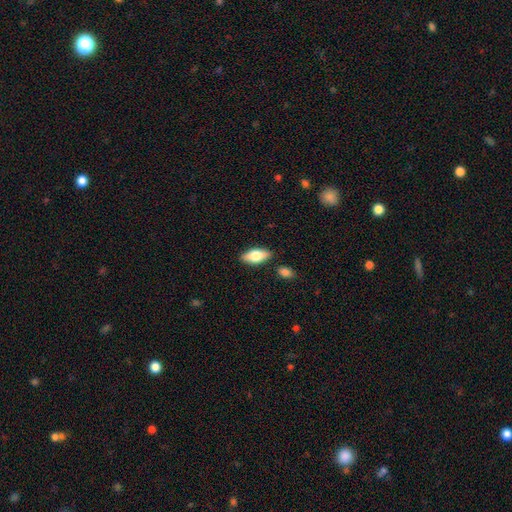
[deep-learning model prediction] This appears to be a smooth galaxy with no disk features (70%) that is in between round and cigar-shaped (85%). Merging: none (85%).